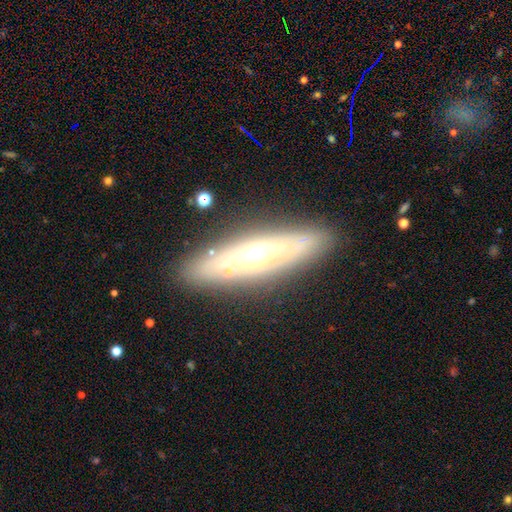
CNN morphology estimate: smooth_or_featured: featured or disk (p=0.65) [alt: smooth p=0.27]
disk_edge_on: yes (p=0.63) [alt: no p=0.37]
merging: none (p=0.82) [alt: minor disturbance p=0.12]